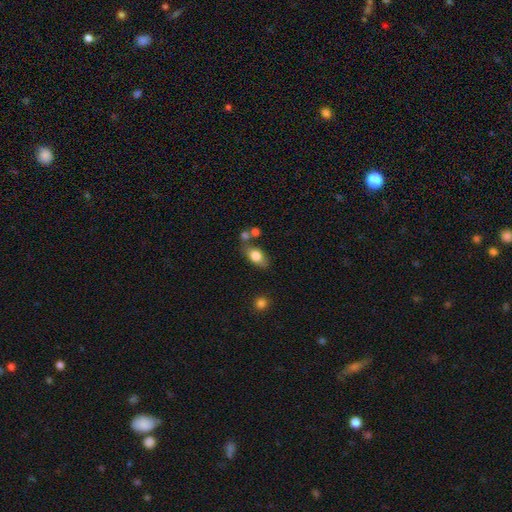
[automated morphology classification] smooth 78%, featured or disk 14%, star or artifact 8%. Down the decision tree: how rounded — in between (83%); merging — none (62%).